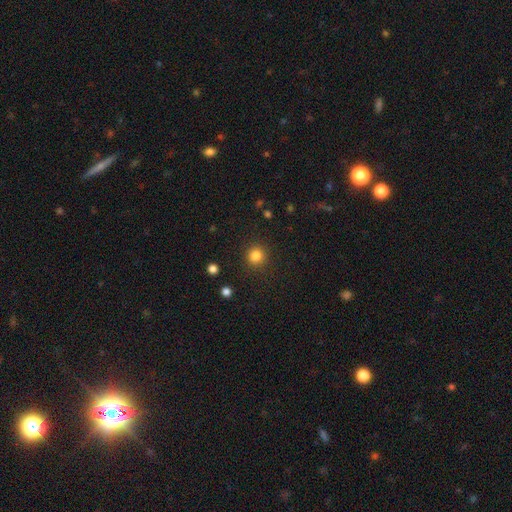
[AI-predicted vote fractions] smooth 84%, star or artifact 12%, featured or disk 4%. Down the decision tree: how rounded — round (91%); merging — none (89%).